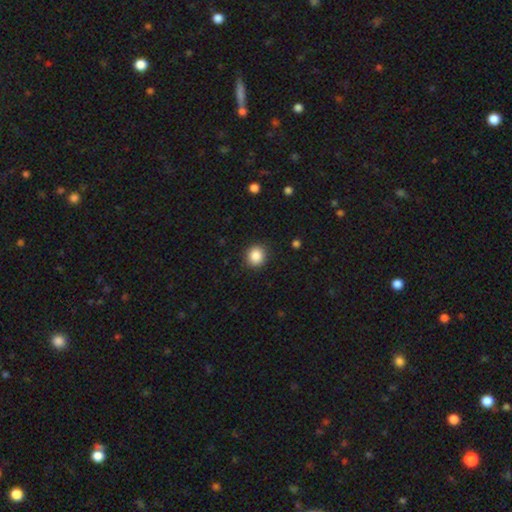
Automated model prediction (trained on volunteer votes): A smooth galaxy with no disk features (87%) that is round (84%).

Vote fractions:
- Smooth or featured? smooth: 87% / star or artifact: 9% / featured or disk: 4%
- How rounded? round: 84% / in between: 16% / cigar-shaped: 1%
- Merging? none: 89% / minor disturbance: 7% / major disturbance: 2% / merger: 1%